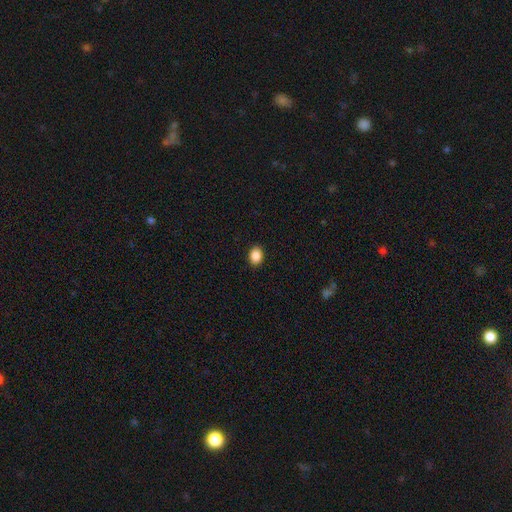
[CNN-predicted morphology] smooth-or-featured: smooth: 88% | star or artifact: 9% | featured or disk: 3%
  how-rounded: in between: 64% | round: 35% | cigar-shaped: 1%
  merging: none: 91% | minor disturbance: 6% | major disturbance: 2% | merger: 1%